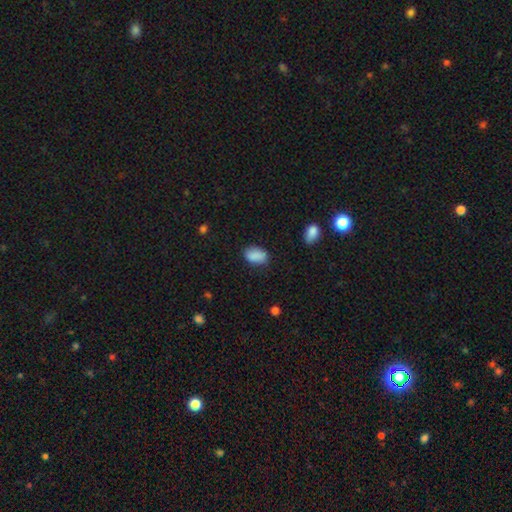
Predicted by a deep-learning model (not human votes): Smooth or featured? Predicted: smooth (p=0.88). How rounded? Predicted: in between (p=0.89). Merging? Predicted: none (p=0.79).